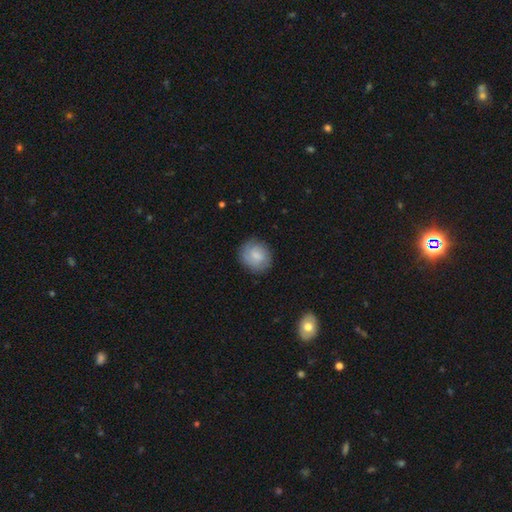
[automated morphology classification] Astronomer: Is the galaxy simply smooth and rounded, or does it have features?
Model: smooth — 71%.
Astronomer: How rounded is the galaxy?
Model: round — 76%.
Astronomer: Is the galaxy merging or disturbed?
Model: none — 80%.